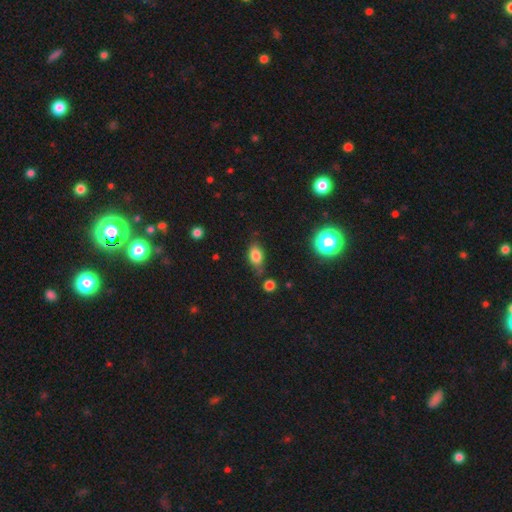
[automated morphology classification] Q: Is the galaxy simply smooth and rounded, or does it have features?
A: smooth — 81%.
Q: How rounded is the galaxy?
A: in between — 85%.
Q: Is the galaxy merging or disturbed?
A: none — 71%.